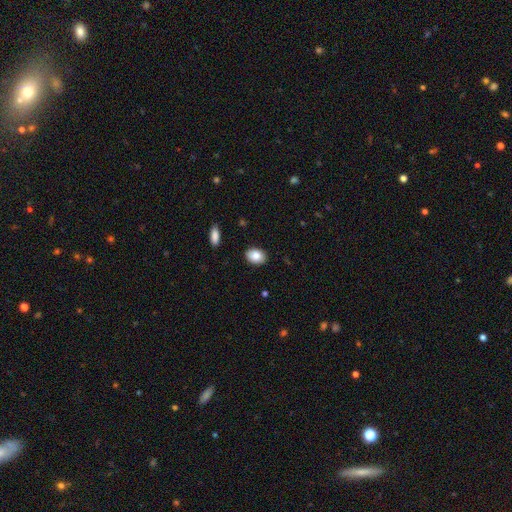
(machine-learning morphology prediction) smooth-or-featured: smooth: 85% | star or artifact: 8% | featured or disk: 7%
  how-rounded: in between: 74% | round: 25% | cigar-shaped: 1%
  merging: none: 88% | minor disturbance: 9% | major disturbance: 2% | merger: 1%